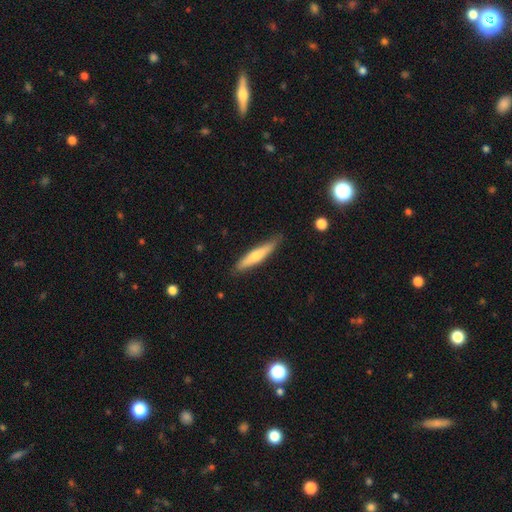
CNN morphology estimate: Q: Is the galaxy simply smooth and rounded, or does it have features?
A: smooth — 59%.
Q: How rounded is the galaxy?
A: cigar-shaped — 87%.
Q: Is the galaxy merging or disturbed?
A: none — 83%.